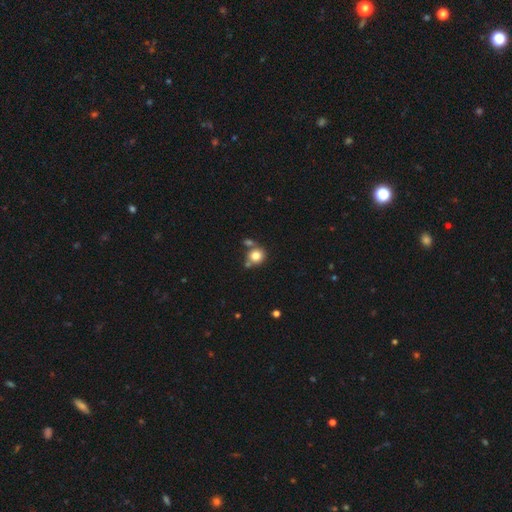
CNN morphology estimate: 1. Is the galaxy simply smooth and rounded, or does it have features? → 81% smooth, 11% star or artifact, 8% featured or disk.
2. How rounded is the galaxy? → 85% round, 14% in between, 1% cigar-shaped.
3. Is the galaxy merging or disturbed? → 61% none, 22% merger, 13% minor disturbance, 4% major disturbance.